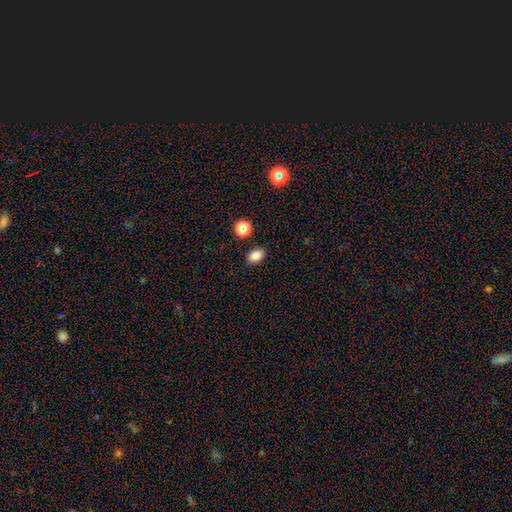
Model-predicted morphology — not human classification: Q: Smooth or featured?
A: smooth (84%); runner-up: star or artifact (11%)
Q: How rounded?
A: in between (78%); runner-up: round (21%)
Q: Merging?
A: none (87%); runner-up: minor disturbance (8%)